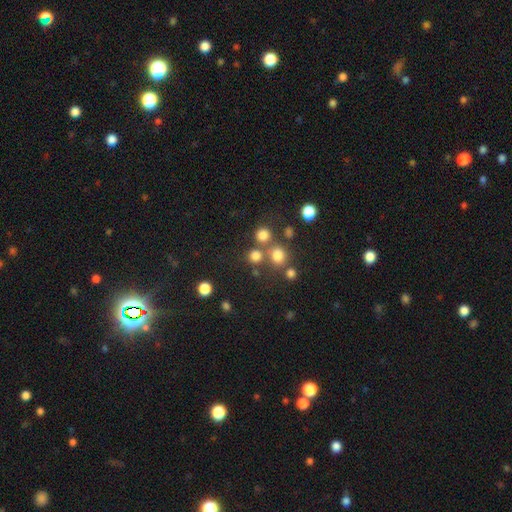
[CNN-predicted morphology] Smooth or featured? smooth (75%)
How rounded? round (88%)
Merging? none (66%)